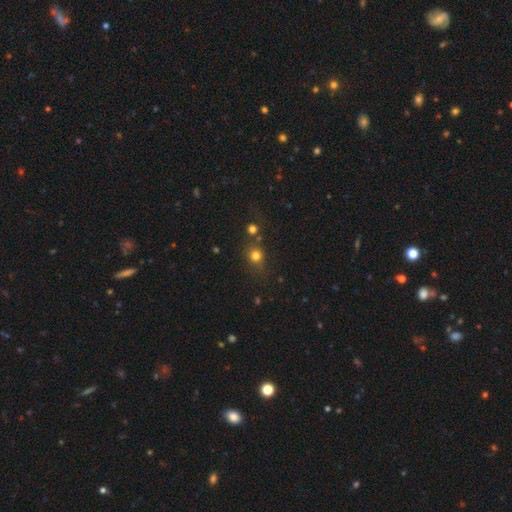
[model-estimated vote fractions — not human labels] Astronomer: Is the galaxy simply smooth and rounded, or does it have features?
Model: smooth — 75%.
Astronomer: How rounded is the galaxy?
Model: round — 84%.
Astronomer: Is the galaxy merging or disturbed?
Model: none — 68%.